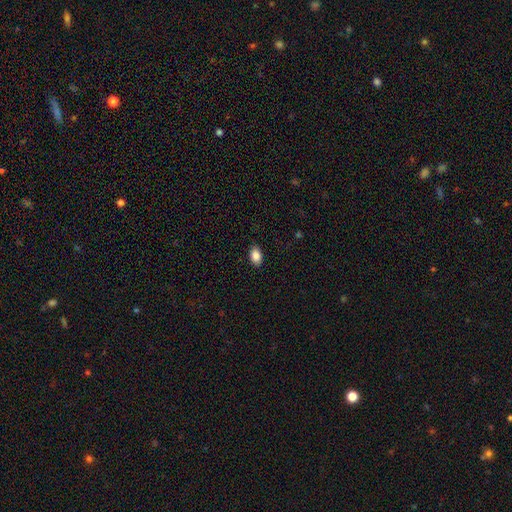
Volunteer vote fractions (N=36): smooth_or_featured: smooth (p=0.94) [alt: featured or disk p=0.03]
how_rounded: in between (p=0.91) [alt: round p=0.09]
merging: none (p=0.89) [alt: minor disturbance p=0.09]